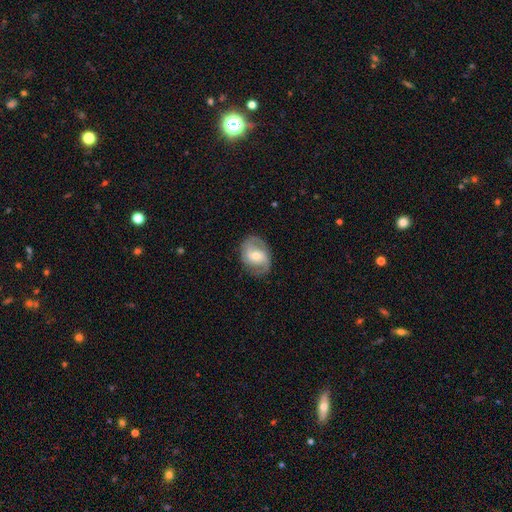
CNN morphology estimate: type=featured or disk (77%); edge-on=no (97%); bar=weak (44%); spiral arms=yes (91%); winding=medium (49%); arm count=2 (84%); bulge=moderate (59%); merging=none (78%).